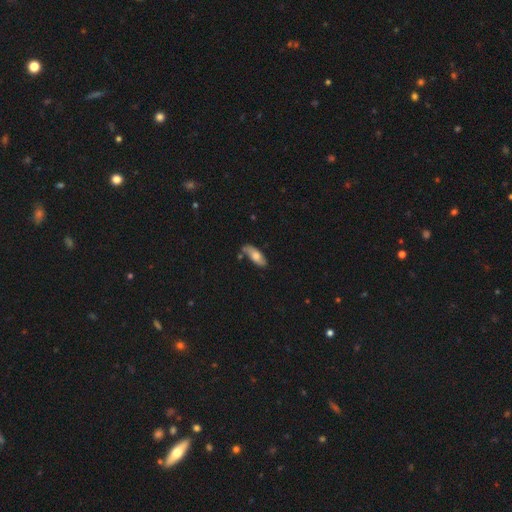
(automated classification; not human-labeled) A smooth galaxy with no disk features (68%) that is in between round and cigar-shaped (73%).

Vote fractions:
- Smooth or featured? smooth: 68% / featured or disk: 26% / star or artifact: 6%
- How rounded? in between: 73% / cigar-shaped: 25% / round: 2%
- Merging? none: 67% / minor disturbance: 21% / merger: 7% / major disturbance: 5%